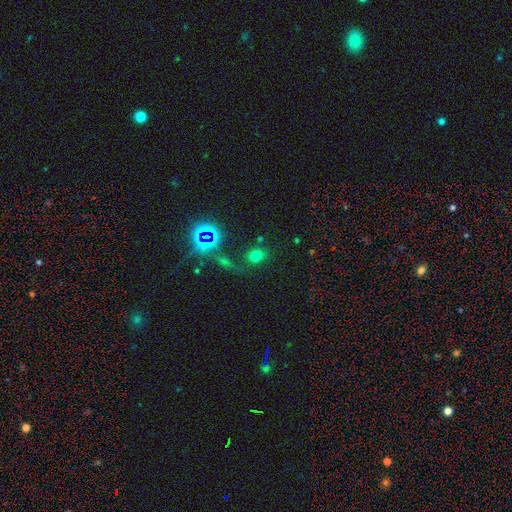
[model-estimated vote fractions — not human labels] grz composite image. It shows a smooth galaxy with no disk features (63%) that is round (62%). Merging: none (74%).